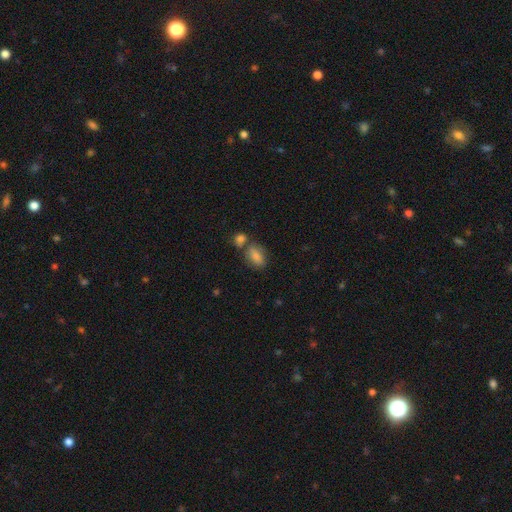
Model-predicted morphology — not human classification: A smooth galaxy with no disk features (73%) that is in between round and cigar-shaped (84%).

Vote fractions:
- Smooth or featured? smooth: 73% / featured or disk: 14% / star or artifact: 13%
- How rounded? in between: 84% / round: 13% / cigar-shaped: 4%
- Merging? none: 56% / merger: 28% / minor disturbance: 12% / major disturbance: 4%